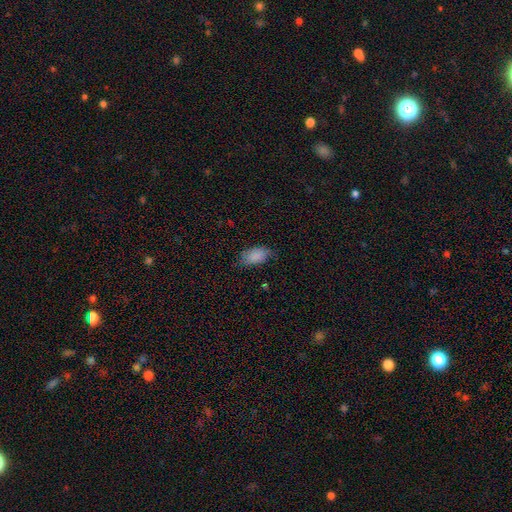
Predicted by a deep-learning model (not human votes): Smooth or featured? smooth (86%)
How rounded? in between (93%)
Merging? none (69%)